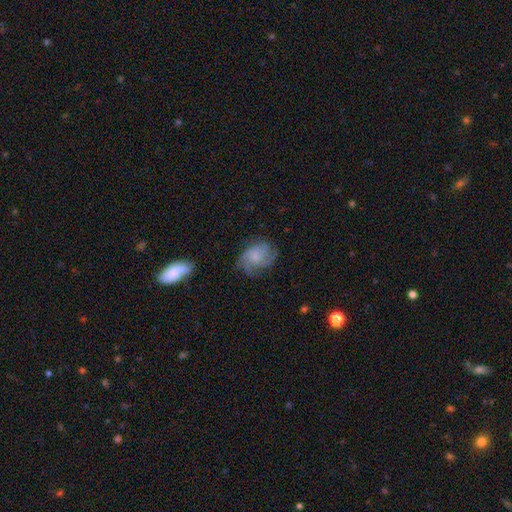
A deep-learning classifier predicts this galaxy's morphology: This appears to be a featured or disk galaxy (65%) with no bar (78%), 3 (30%) medium (42%) spiral arms (91%) and a small central bulge (63%). Merging: none (65%).